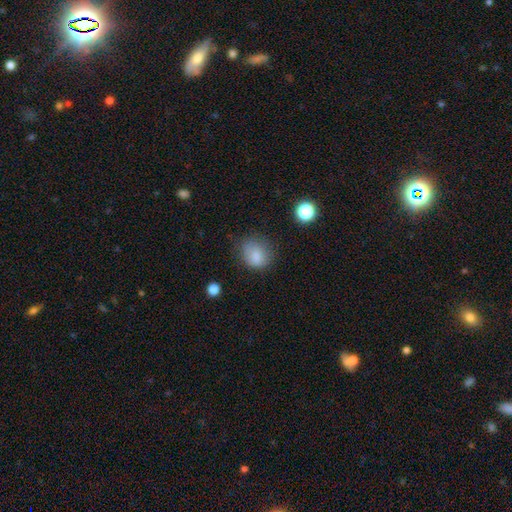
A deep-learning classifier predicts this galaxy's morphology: type=smooth (81%); roundness=round (67%); merging=none (58%).